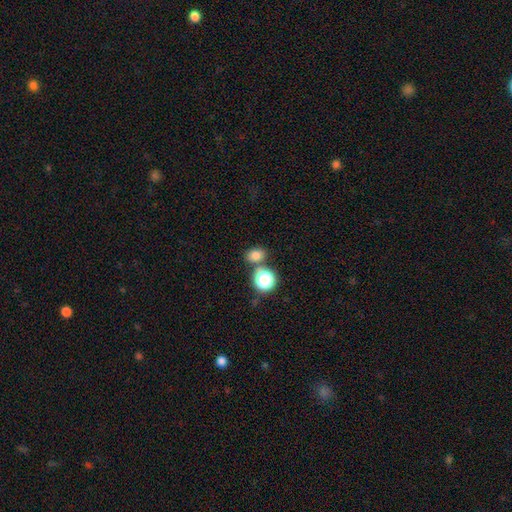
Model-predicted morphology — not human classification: The model was most divided on "how rounded": in between: 55%, round: 44%, cigar-shaped: 1%. More confident: smooth or featured — smooth (77%); merging — none (67%).